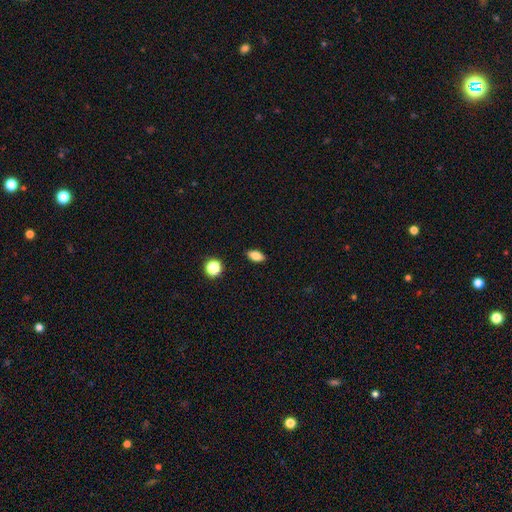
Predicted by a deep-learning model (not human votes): Smooth or featured? smooth (80%)
How rounded? in between (85%)
Merging? none (88%)